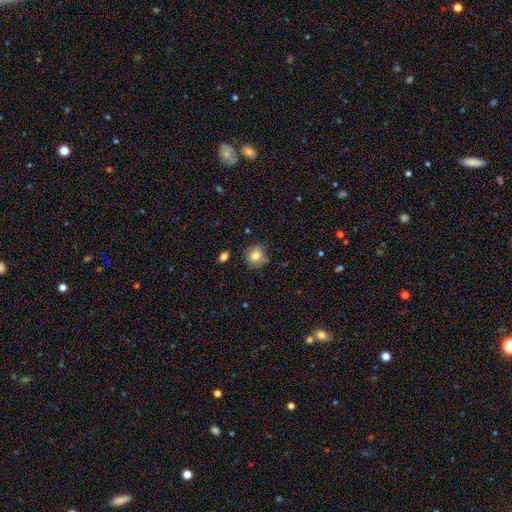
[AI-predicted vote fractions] The model was most divided on "merging": none: 69%, minor disturbance: 22%, major disturbance: 5%, merger: 3%. More confident: how rounded — round (80%); smooth or featured — smooth (77%).